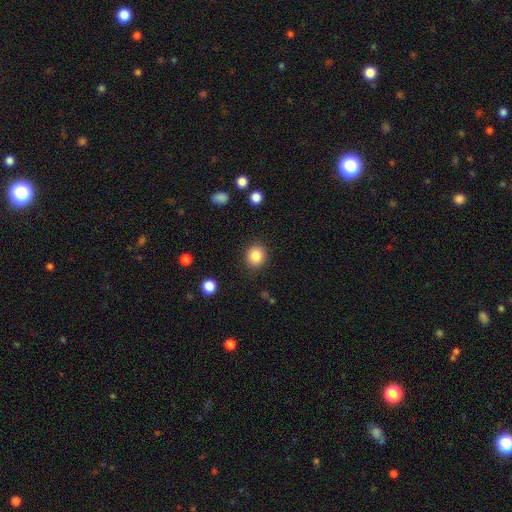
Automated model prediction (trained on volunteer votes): Morphology: type=smooth (85%); roundness=round (81%); merging=none (89%).